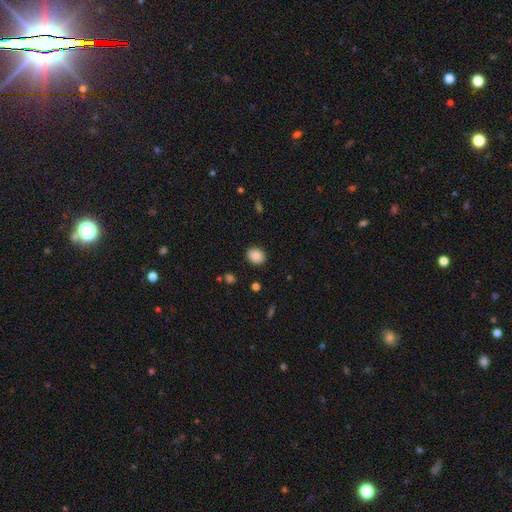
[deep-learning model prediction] Smooth or featured? smooth (86%)
How rounded? round (60%)
Merging? none (88%)